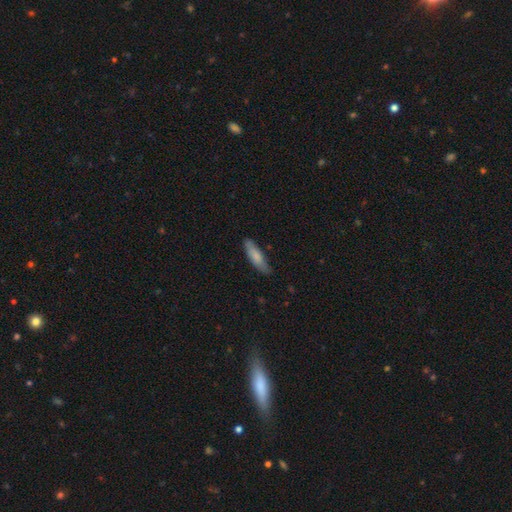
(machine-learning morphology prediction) Smooth or featured? Predicted: smooth (p=0.76). How rounded? Predicted: cigar-shaped (p=0.62). Merging? Predicted: none (p=0.77).